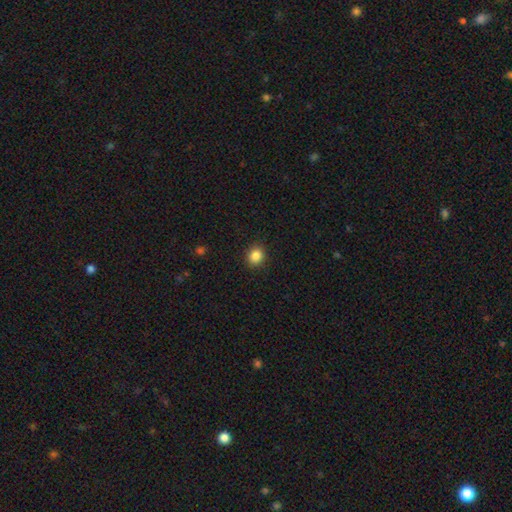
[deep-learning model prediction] A smooth galaxy with no disk features (86%) that is round (74%).

Vote fractions:
- Smooth or featured? smooth: 86% / star or artifact: 10% / featured or disk: 4%
- How rounded? round: 74% / in between: 25% / cigar-shaped: 1%
- Merging? none: 91% / minor disturbance: 6% / major disturbance: 2% / merger: 1%